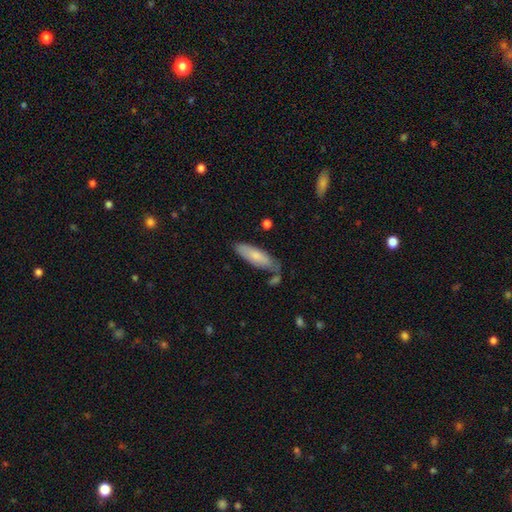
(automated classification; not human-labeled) Morphology: type=smooth (72%); roundness=in between (53%); merging=none (62%).